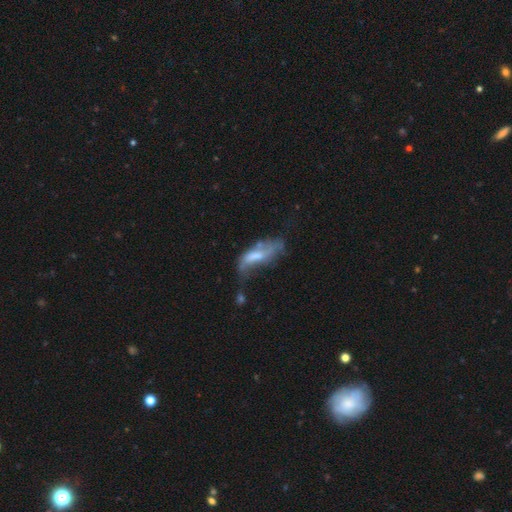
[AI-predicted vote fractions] Smooth or featured? Predicted: featured or disk (p=0.48). Merging? Predicted: major disturbance (p=0.35).